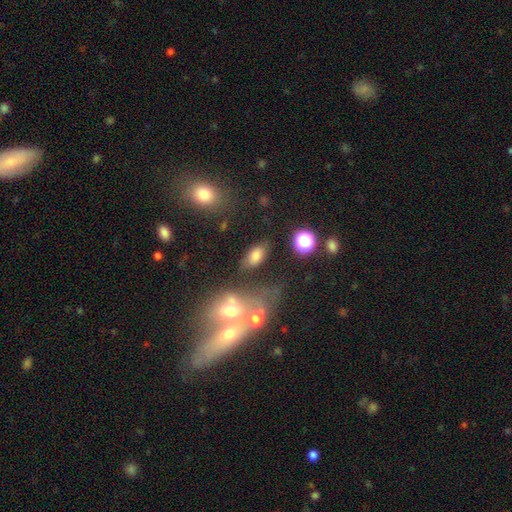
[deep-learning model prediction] Overall: smooth (73%). How rounded: in between (89%). Merging: none (64%).